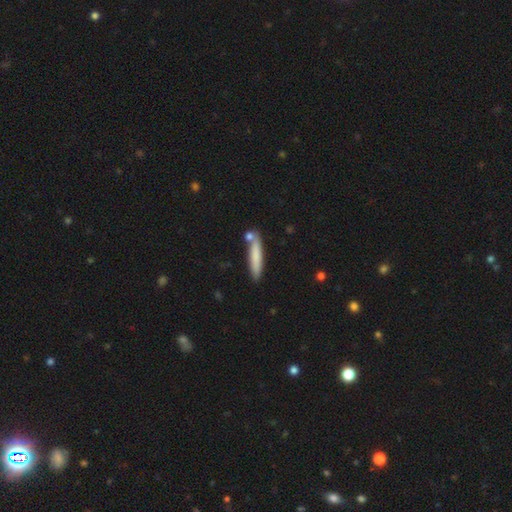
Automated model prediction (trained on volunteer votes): smooth_or_featured: smooth (p=0.76) [alt: featured or disk p=0.18]
how_rounded: cigar-shaped (p=0.90) [alt: in between p=0.09]
merging: none (p=0.76) [alt: minor disturbance p=0.12]